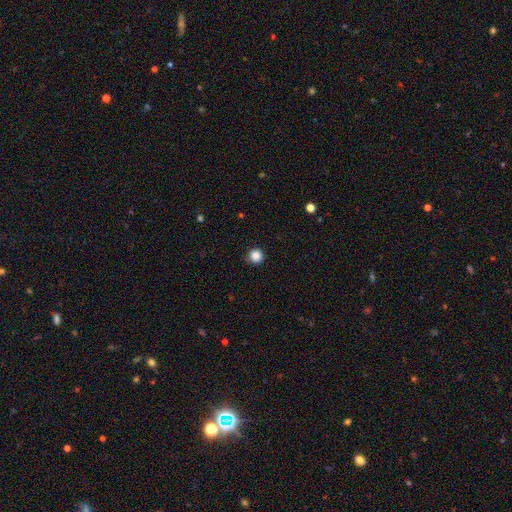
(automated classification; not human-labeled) Smooth or featured? Predicted: smooth (p=0.86). How rounded? Predicted: round (p=0.96). Merging? Predicted: none (p=0.91).